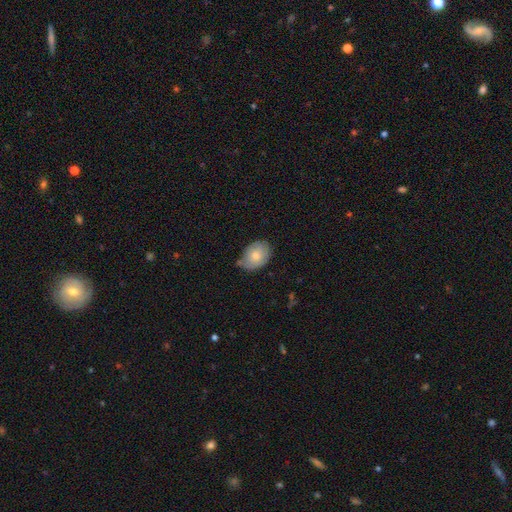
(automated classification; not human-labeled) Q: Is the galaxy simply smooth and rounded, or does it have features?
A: smooth — 75%.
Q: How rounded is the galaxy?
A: in between — 78%.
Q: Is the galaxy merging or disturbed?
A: none — 62%.